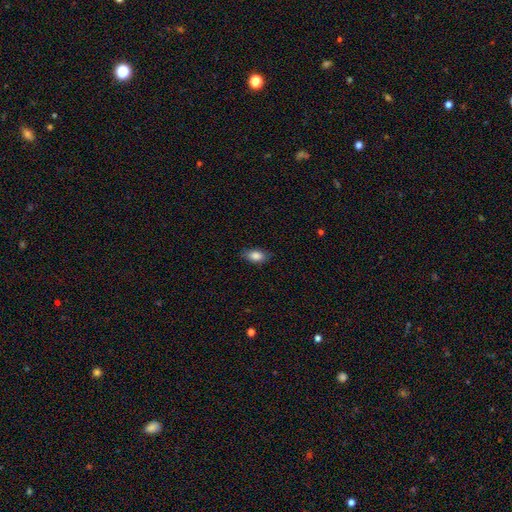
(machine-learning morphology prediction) Smooth or featured?
  - smooth: 86% *
  - star or artifact: 7%
  - featured or disk: 7%
How rounded?
  - in between: 88% *
  - round: 7%
  - cigar-shaped: 5%
Merging?
  - none: 83% *
  - minor disturbance: 13%
  - major disturbance: 3%
  - merger: 1%